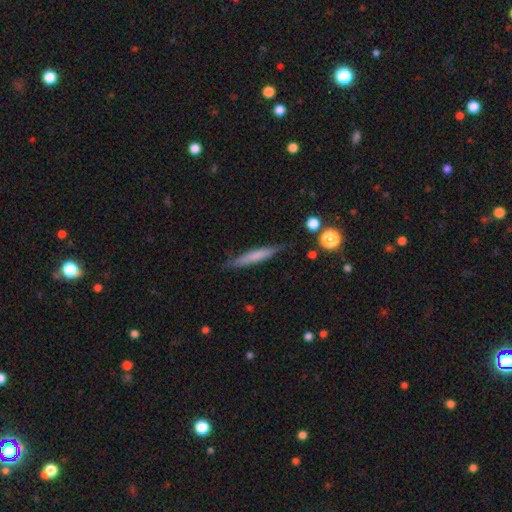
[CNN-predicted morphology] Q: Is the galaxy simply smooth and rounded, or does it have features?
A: smooth — 63%.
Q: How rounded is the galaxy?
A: cigar-shaped — 93%.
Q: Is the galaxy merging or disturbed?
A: none — 84%.